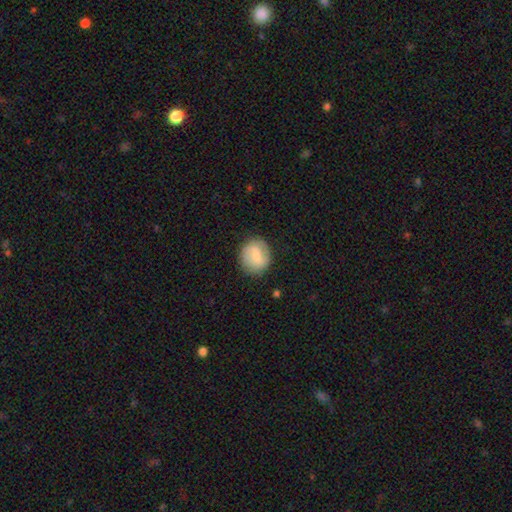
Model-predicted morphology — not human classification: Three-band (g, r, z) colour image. It shows a smooth galaxy with no disk features (52%) that is round (75%). Merging: none (82%).